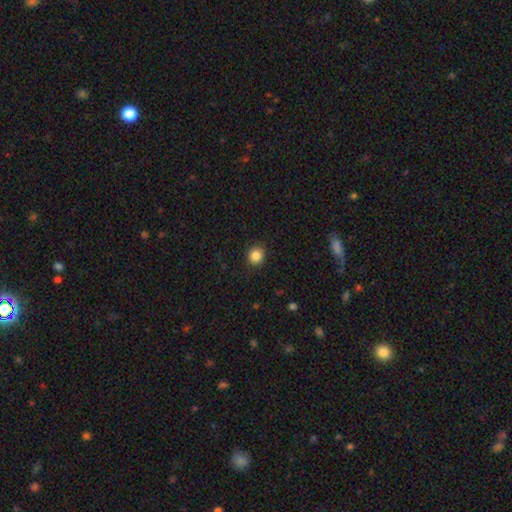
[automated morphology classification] A smooth galaxy with no disk features (86%) that is round (86%). Merging: none (91%).